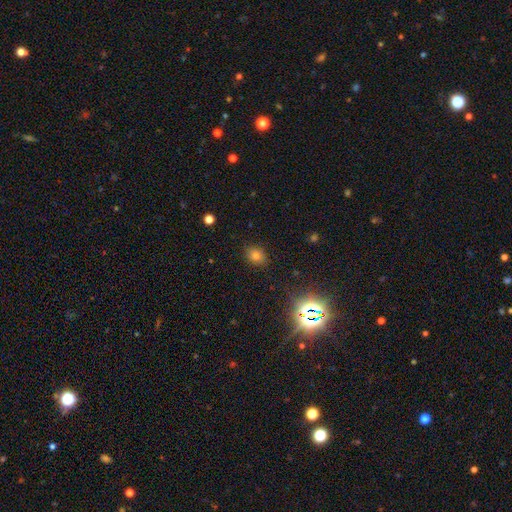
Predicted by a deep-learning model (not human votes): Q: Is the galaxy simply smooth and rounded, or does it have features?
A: smooth — 72%.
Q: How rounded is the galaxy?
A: round — 53%.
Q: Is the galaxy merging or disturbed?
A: none — 85%.